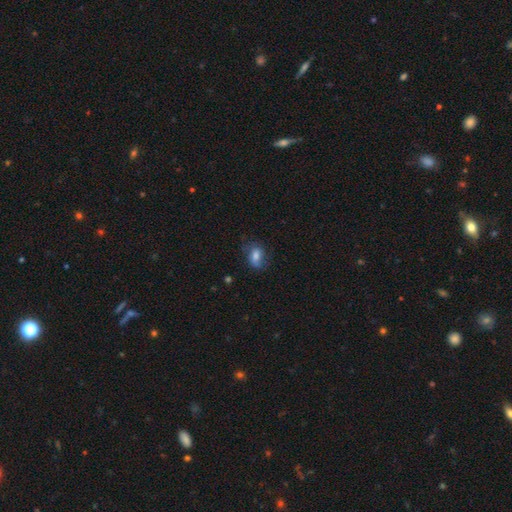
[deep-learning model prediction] The model was most divided on "merging": none: 60%, minor disturbance: 26%, major disturbance: 12%, merger: 2%. More confident: how rounded — in between (79%); smooth or featured — smooth (71%).